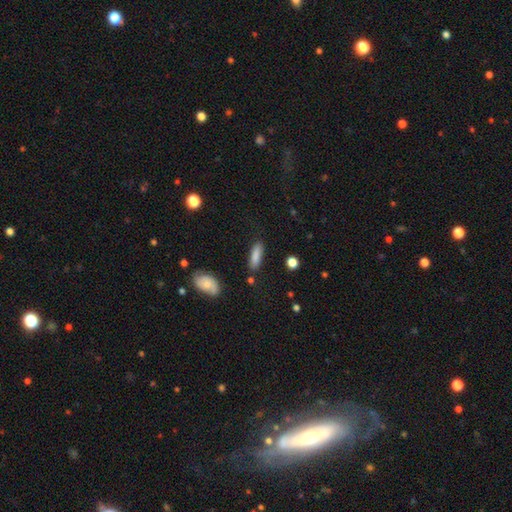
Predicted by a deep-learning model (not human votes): Morphology: type=smooth (84%); roundness=cigar-shaped (51%); merging=none (82%).